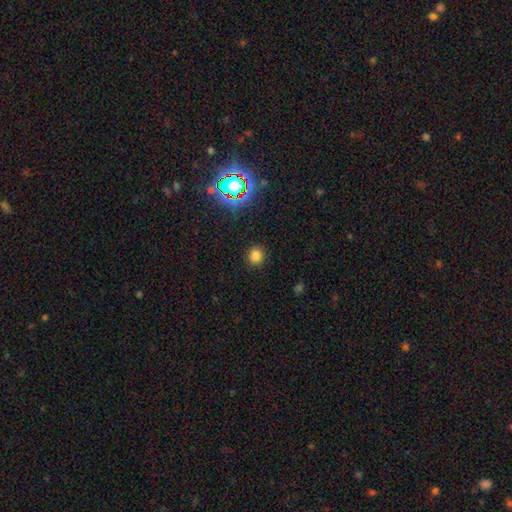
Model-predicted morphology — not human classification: smooth 77%, star or artifact 18%, featured or disk 5%. Down the decision tree: how rounded — round (90%); merging — none (89%).